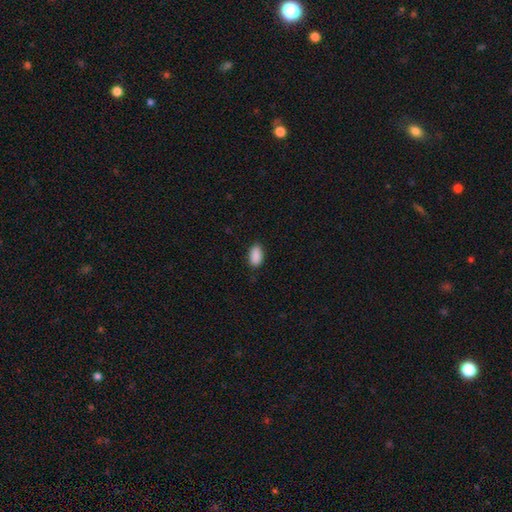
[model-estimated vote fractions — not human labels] Overall: smooth (90%). How rounded: in between (93%). Merging: none (86%).